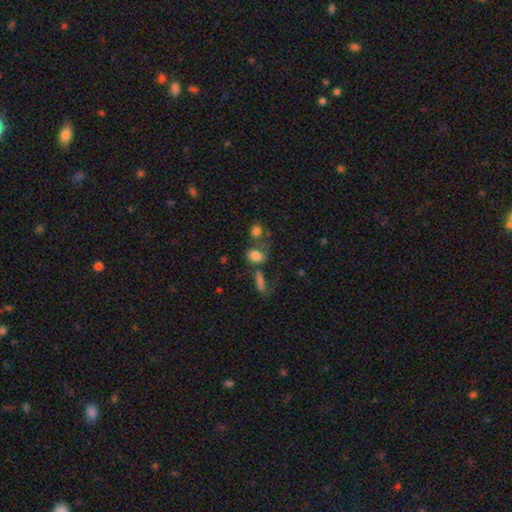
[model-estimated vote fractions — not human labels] Q: Smooth or featured?
A: smooth (74%); runner-up: featured or disk (14%)
Q: How rounded?
A: in between (55%); runner-up: round (43%)
Q: Merging?
A: none (37%); runner-up: merger (30%)